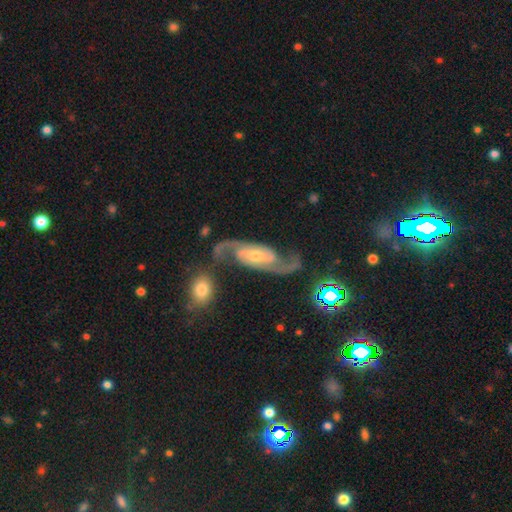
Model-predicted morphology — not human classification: The model was most divided on "bulge size": moderate: 47%, small: 46%, large: 4%, none: 2%, dominant: 1%. Remaining: spiral arms — yes (98%); edge-on disk — no (96%); spiral arm count — 2 (93%); smooth or featured — featured or disk (91%); merging — none (70%); spiral winding — medium (50%); bar — no (41%).